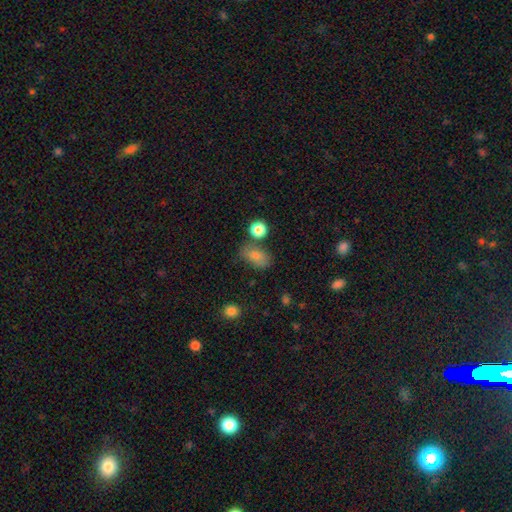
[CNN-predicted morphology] This is likely a smooth galaxy (77%). How rounded: clearly in between (82%). Merging: likely none (65%).